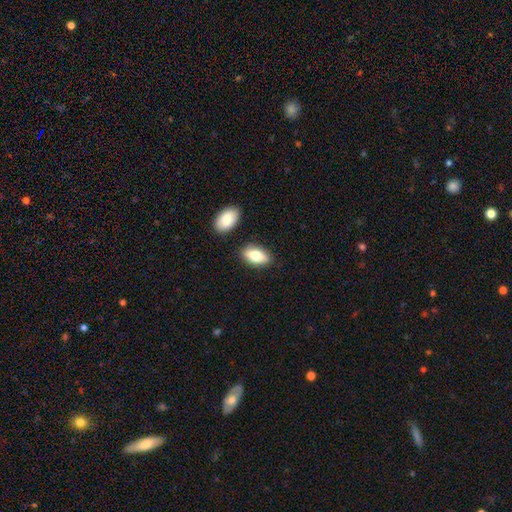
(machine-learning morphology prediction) smooth_or_featured: smooth (p=0.76) [alt: featured or disk p=0.17]
how_rounded: in between (p=0.89) [alt: cigar-shaped p=0.07]
merging: none (p=0.81) [alt: minor disturbance p=0.10]